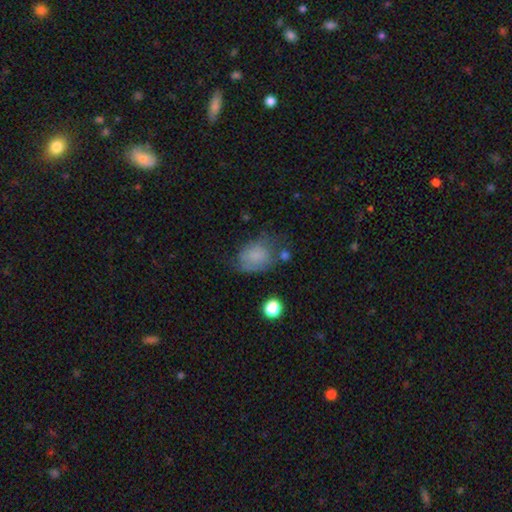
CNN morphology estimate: Q: Smooth or featured?
A: smooth (71%); runner-up: featured or disk (18%)
Q: How rounded?
A: in between (69%); runner-up: round (29%)
Q: Merging?
A: none (43%); runner-up: minor disturbance (31%)